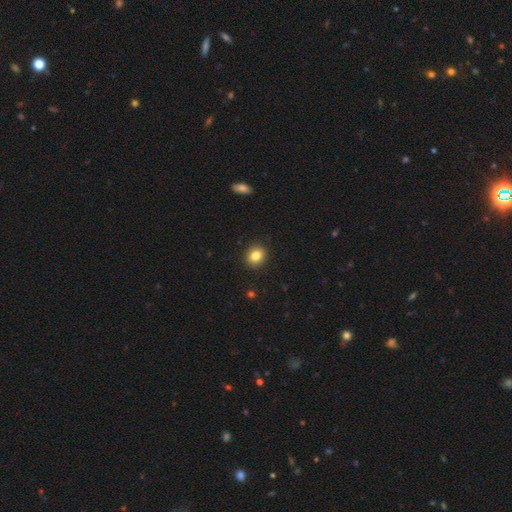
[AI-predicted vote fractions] smooth 84%, star or artifact 10%, featured or disk 7%. Down the decision tree: how rounded — round (62%); merging — none (90%).